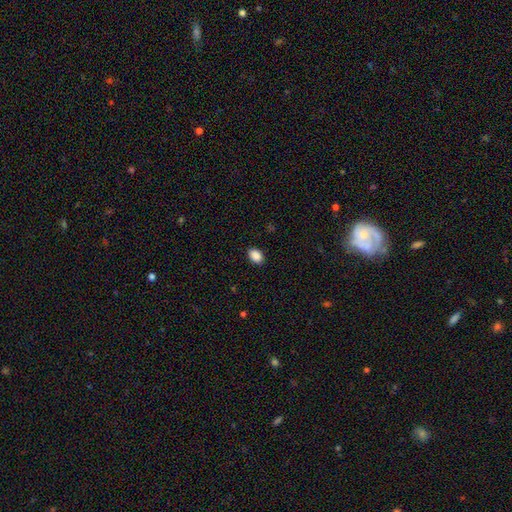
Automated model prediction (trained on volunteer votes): Smooth or featured?
  - smooth: 89% *
  - star or artifact: 8%
  - featured or disk: 3%
How rounded?
  - in between: 81% *
  - round: 18%
  - cigar-shaped: 1%
Merging?
  - none: 89% *
  - minor disturbance: 8%
  - major disturbance: 2%
  - merger: 1%